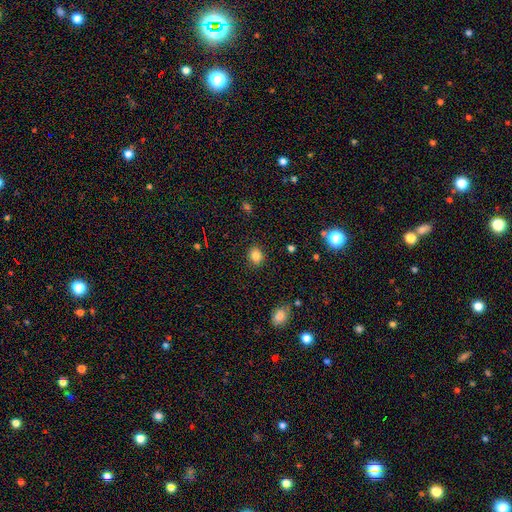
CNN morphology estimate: Overall: smooth (83%). How rounded: round (69%; in between 30%). Merging: none (88%).